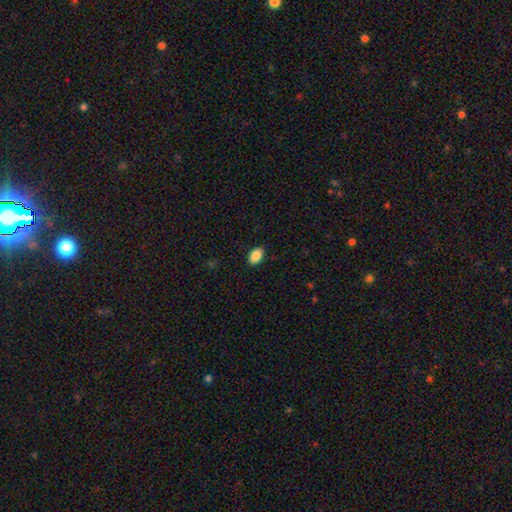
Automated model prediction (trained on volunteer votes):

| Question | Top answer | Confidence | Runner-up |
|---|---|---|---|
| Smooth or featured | smooth | 89% | star or artifact (7%) |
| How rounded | in between | 91% | round (7%) |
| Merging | none | 89% | minor disturbance (8%) |